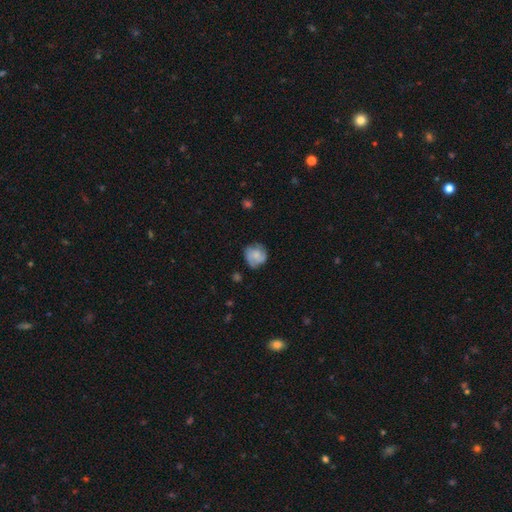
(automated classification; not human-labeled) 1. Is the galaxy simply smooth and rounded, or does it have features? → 49% smooth, 43% featured or disk, 8% star or artifact.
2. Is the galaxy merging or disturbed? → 68% none, 23% minor disturbance, 8% major disturbance, 2% merger.